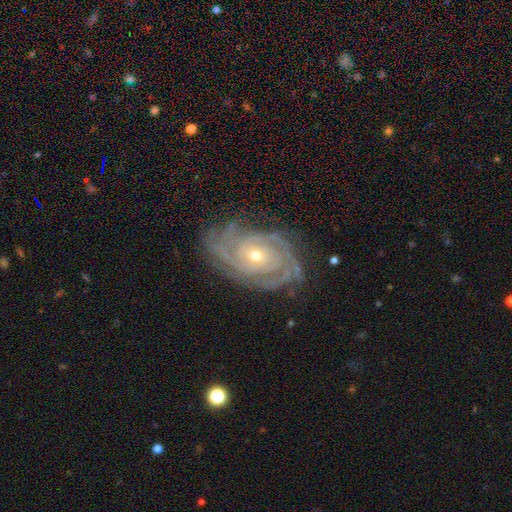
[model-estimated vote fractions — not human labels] Smooth or featured?
  - featured or disk: 91% *
  - star or artifact: 5%
  - smooth: 4%
Edge-on disk?
  - no: 96% *
  - yes: 4%
Bar?
  - no: 74% *
  - weak: 19%
  - strong: 7%
Spiral arms?
  - yes: 98% *
  - no: 2%
Spiral winding?
  - tight: 77% *
  - medium: 20%
  - loose: 3%
Spiral arm count?
  - 3: 26% *
  - 4: 22%
  - can't tell: 19%
  - 2: 16%
  - more than 4: 10%
  - 1: 7%
Bulge size?
  - small: 57% *
  - moderate: 41%
  - large: 1%
  - none: 1%
  - dominant: 1%
Merging?
  - none: 75% *
  - minor disturbance: 18%
  - major disturbance: 6%
  - merger: 1%